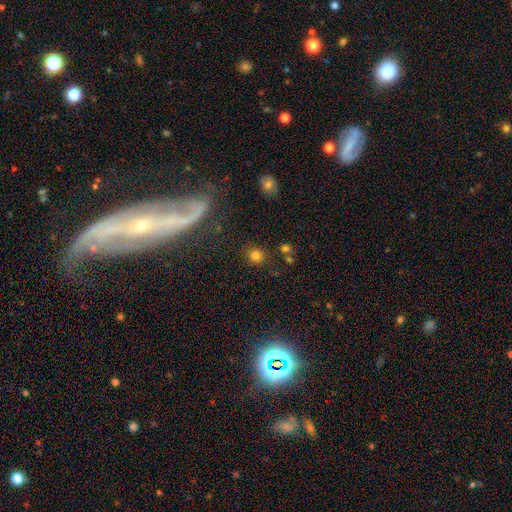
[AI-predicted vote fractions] The model was most divided on "smooth or featured": smooth: 78%, star or artifact: 15%, featured or disk: 7%. More confident: how rounded — round (89%); merging — none (84%).